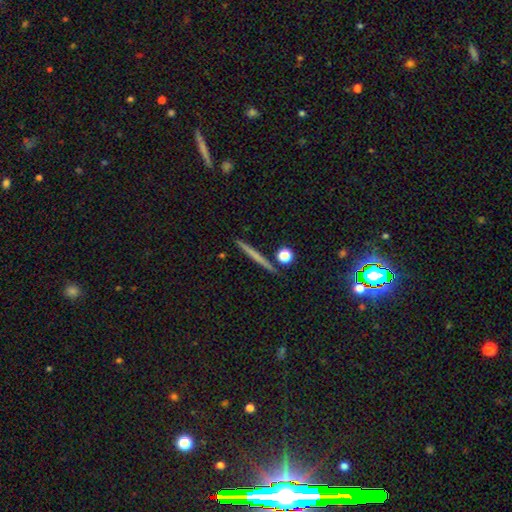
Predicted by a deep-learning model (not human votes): This is possibly a smooth galaxy (51%). How rounded: clearly cigar-shaped (93%). Merging: clearly none (89%).